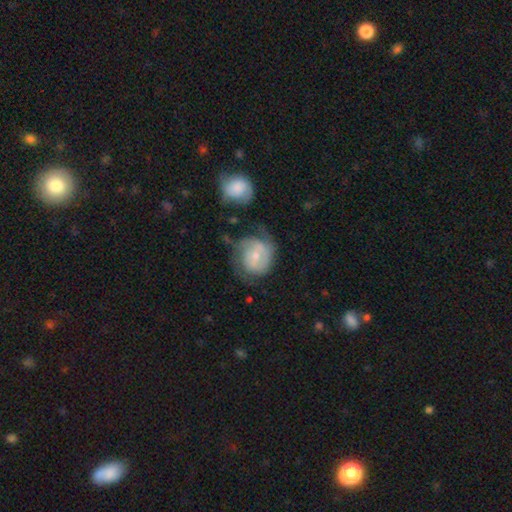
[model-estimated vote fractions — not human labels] This appears to be a featured or disk galaxy (56%) with no bar (58%), spiral arms (76%) and a small central bulge (62%). Merging: none (41%).